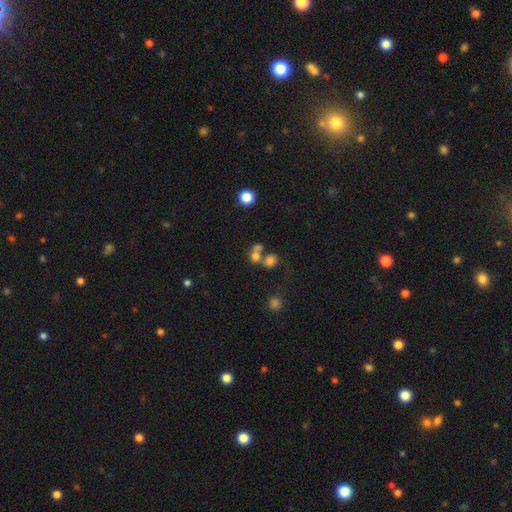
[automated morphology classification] smooth_or_featured: smooth (p=0.57) [alt: star or artifact p=0.25]
how_rounded: round (p=0.71) [alt: in between p=0.27]
merging: merger (p=0.50) [alt: none p=0.36]